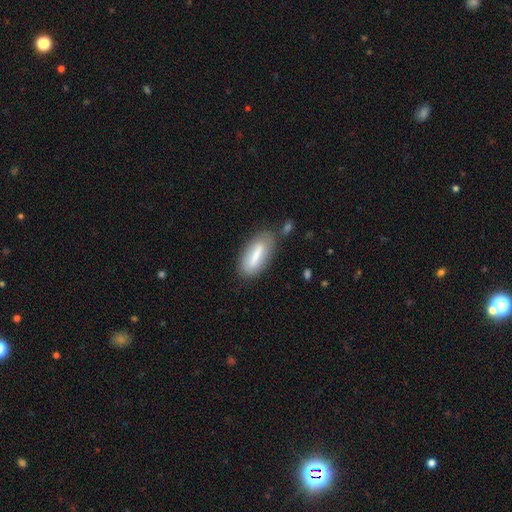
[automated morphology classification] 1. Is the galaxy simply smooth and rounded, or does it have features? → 68% smooth, 25% featured or disk, 7% star or artifact.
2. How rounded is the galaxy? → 61% in between, 37% cigar-shaped, 2% round.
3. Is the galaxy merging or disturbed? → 69% none, 19% minor disturbance, 7% merger, 6% major disturbance.